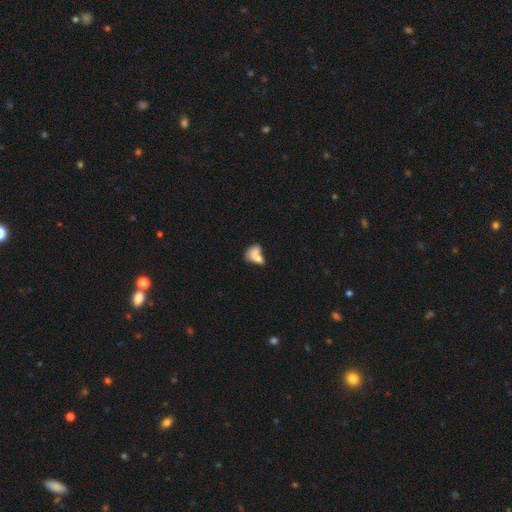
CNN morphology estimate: Smooth or featured? smooth (71%)
How rounded? in between (79%)
Merging? merger (57%)